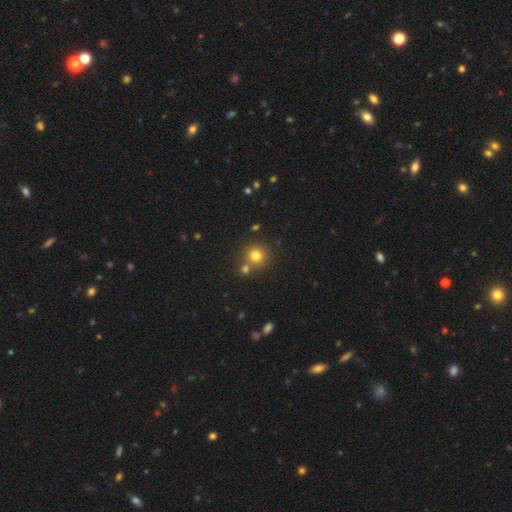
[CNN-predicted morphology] type=smooth (77%); roundness=round (92%); merging=none (70%).